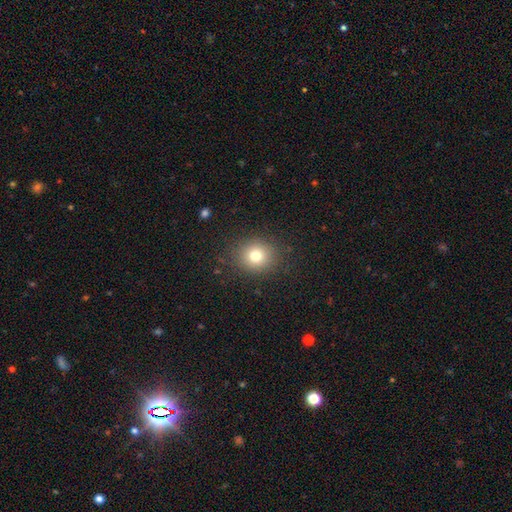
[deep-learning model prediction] Smooth or featured? smooth (76%)
How rounded? round (81%)
Merging? none (87%)